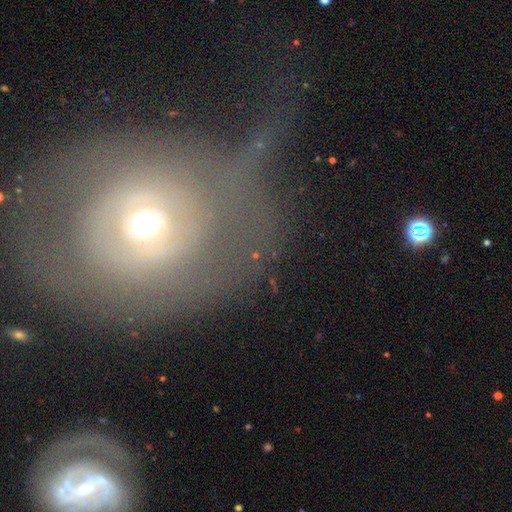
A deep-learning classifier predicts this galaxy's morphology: This appears to be a star or artifact, not a galaxy (42%).